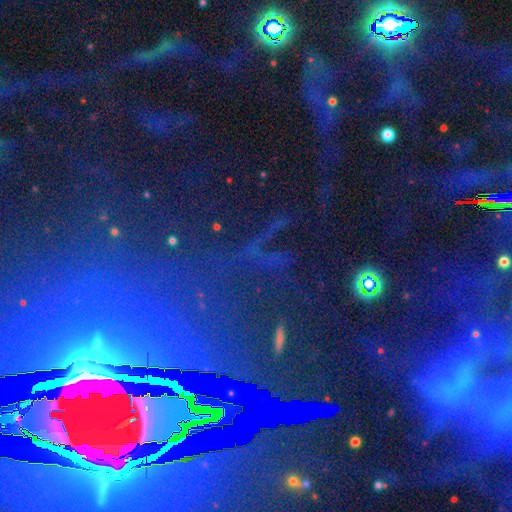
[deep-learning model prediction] star or artifact 80%, featured or disk 11%, smooth 9%.